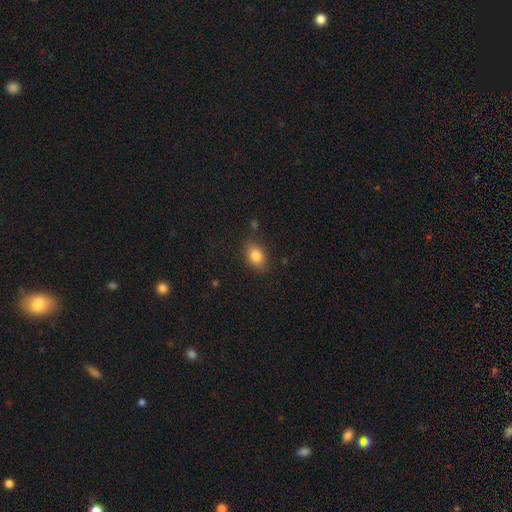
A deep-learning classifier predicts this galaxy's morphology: Q: Smooth or featured?
A: smooth (83%); runner-up: star or artifact (9%)
Q: How rounded?
A: in between (75%); runner-up: round (23%)
Q: Merging?
A: none (81%); runner-up: minor disturbance (13%)